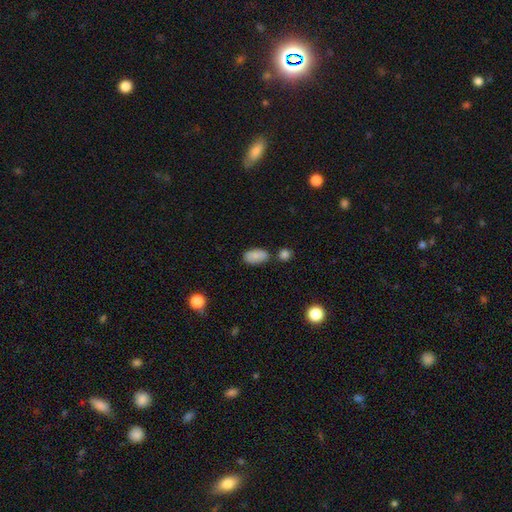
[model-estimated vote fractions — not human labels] smooth 85%, featured or disk 8%, star or artifact 7%. Down the decision tree: how rounded — in between (92%); merging — none (68%).